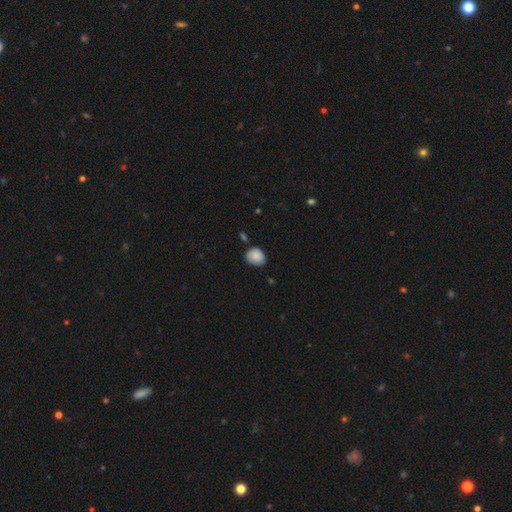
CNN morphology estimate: type=smooth (85%); roundness=round (61%); merging=none (67%).